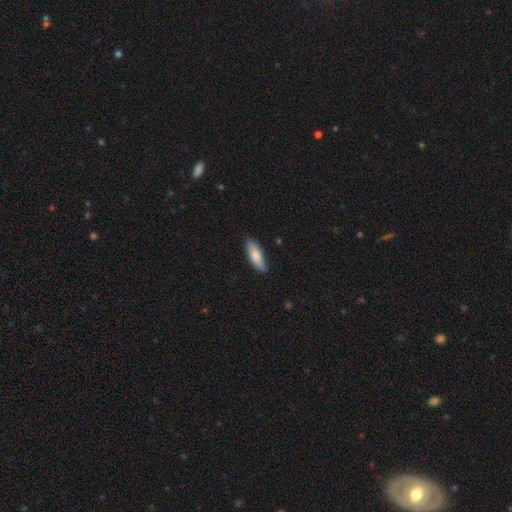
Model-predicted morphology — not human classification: This appears to be a smooth galaxy with no disk features (79%) that is in between round and cigar-shaped (50%). Merging: none (83%).